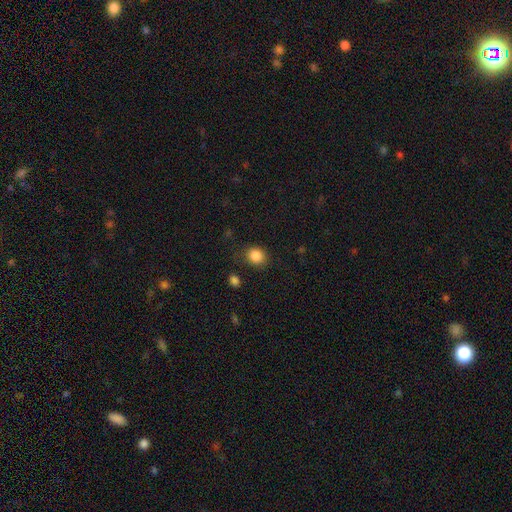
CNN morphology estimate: smooth_or_featured: smooth (p=0.85) [alt: star or artifact p=0.10]
how_rounded: round (p=0.72) [alt: in between p=0.28]
merging: none (p=0.80) [alt: minor disturbance p=0.13]